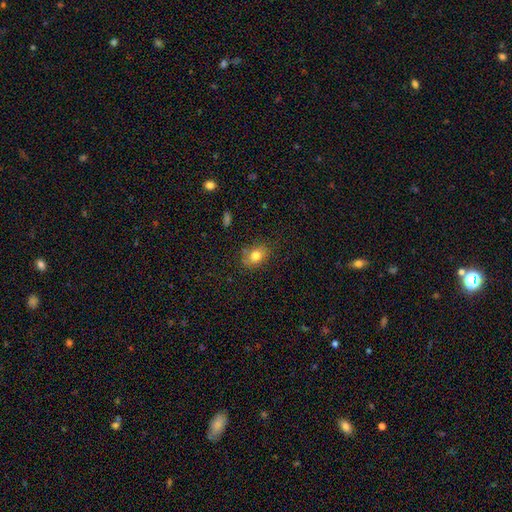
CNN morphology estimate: Smooth or featured? Predicted: smooth (p=0.79). How rounded? Predicted: in between (p=0.70). Merging? Predicted: none (p=0.75).